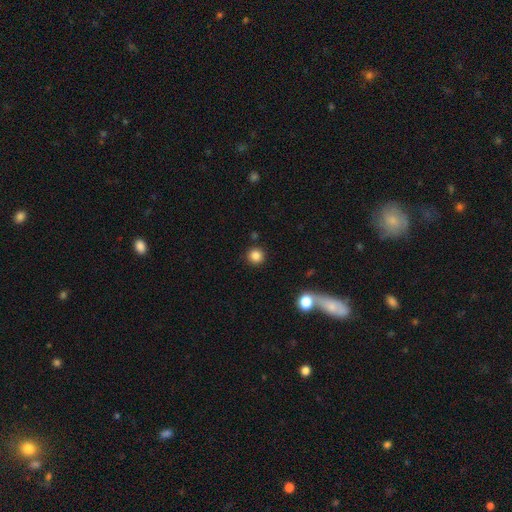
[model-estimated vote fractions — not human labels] Smooth or featured?
  - smooth: 84% *
  - star or artifact: 12%
  - featured or disk: 4%
How rounded?
  - round: 95% *
  - in between: 4%
  - cigar-shaped: 1%
Merging?
  - none: 90% *
  - minor disturbance: 5%
  - merger: 2%
  - major disturbance: 2%